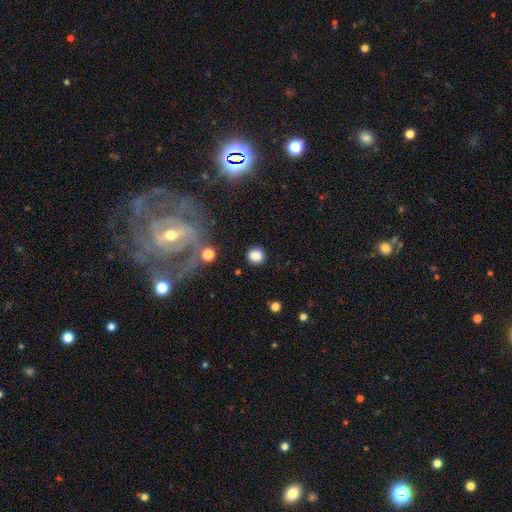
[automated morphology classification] Q: Smooth or featured?
A: smooth (84%); runner-up: star or artifact (10%)
Q: How rounded?
A: round (87%); runner-up: in between (12%)
Q: Merging?
A: none (85%); runner-up: minor disturbance (8%)